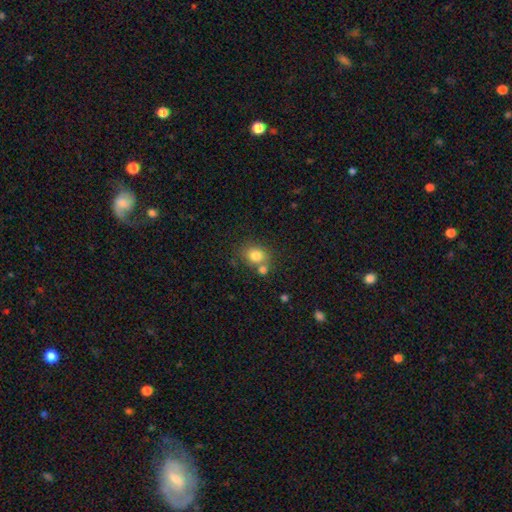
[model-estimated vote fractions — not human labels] Q: Smooth or featured?
A: smooth (80%); runner-up: star or artifact (11%)
Q: How rounded?
A: round (58%); runner-up: in between (41%)
Q: Merging?
A: none (59%); runner-up: merger (25%)